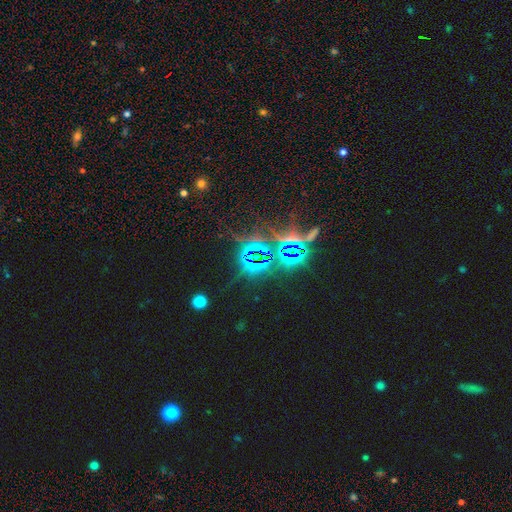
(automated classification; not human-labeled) Morphology: type=star or artifact (83%).